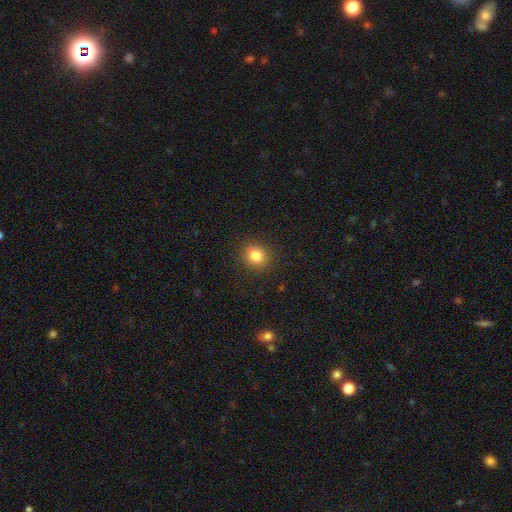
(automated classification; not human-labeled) Smooth or featured: smooth — 81% (star or artifact — 12%)
How rounded: round — 85% (in between — 14%)
Merging: none — 88% (minor disturbance — 8%)